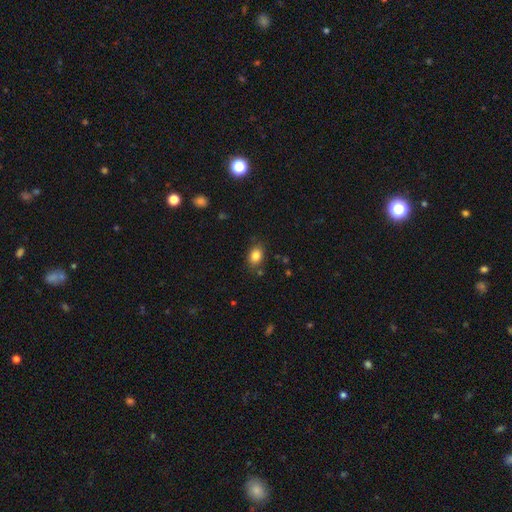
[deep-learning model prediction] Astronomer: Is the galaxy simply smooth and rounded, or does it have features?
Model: smooth — 84%.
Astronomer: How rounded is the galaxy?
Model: in between — 71%.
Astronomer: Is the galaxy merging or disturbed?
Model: none — 81%.